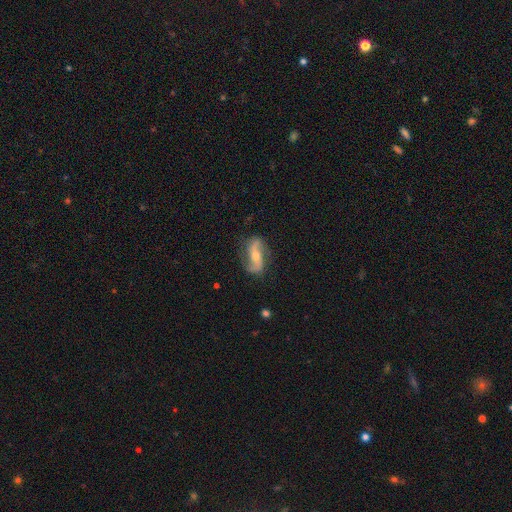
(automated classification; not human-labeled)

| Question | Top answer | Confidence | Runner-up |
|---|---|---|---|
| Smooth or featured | featured or disk | 81% | smooth (13%) |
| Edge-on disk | no | 93% | yes (7%) |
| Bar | no | 35% | tied: strong (35%) |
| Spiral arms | yes | 94% | no (6%) |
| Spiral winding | loose | 67% | medium (23%) |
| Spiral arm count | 2 | 92% | can't tell (3%) |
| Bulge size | moderate | 56% | small (38%) |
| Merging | none | 80% | minor disturbance (14%) |